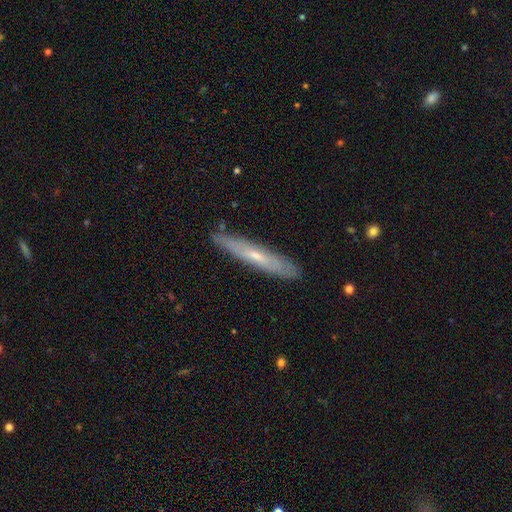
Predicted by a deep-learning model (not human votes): A featured or disk galaxy (56%) viewed edge-on (77%). Merging: none (86%).